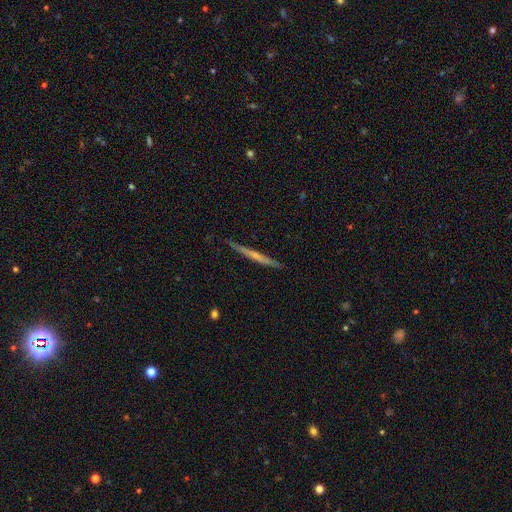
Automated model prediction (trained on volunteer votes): Q: Smooth or featured?
A: featured or disk (55%); runner-up: smooth (39%)
Q: Edge-on disk?
A: yes (97%); runner-up: no (3%)
Q: Edge-on bulge?
A: none (74%); runner-up: rounded (20%)
Q: Merging?
A: none (88%); runner-up: minor disturbance (9%)